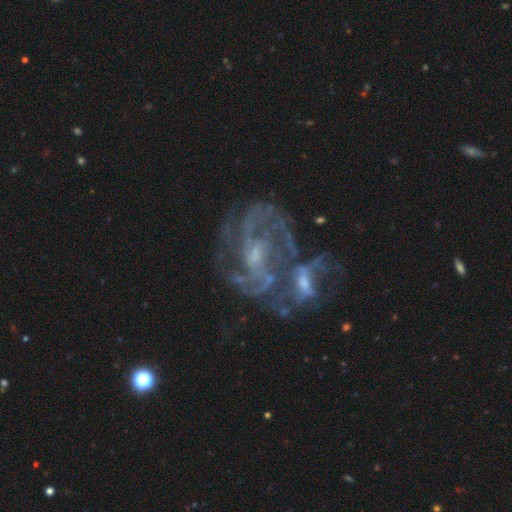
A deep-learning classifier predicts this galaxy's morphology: This is clearly a featured or disk galaxy (85%). It is clearly not viewed edge-on (97%). Bar: marginally weak (45%). Spiral arm pattern: clearly yes (89%). Spiral arm count: marginally can't tell (30%). Spiral winding: possibly medium (47%). Central bulge: possibly small (49%). Merging: possibly merger (46%).